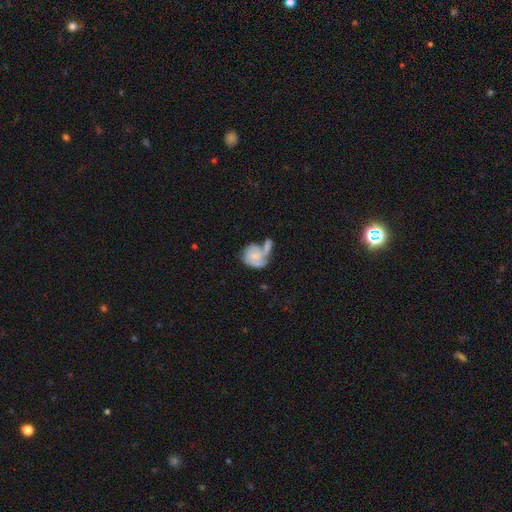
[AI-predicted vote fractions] Smooth or featured? featured or disk (54%)
Edge-on disk? no (97%)
Bar? no (72%)
Spiral arms? yes (74%)
Bulge size? small (43%)
Merging? merger (41%)